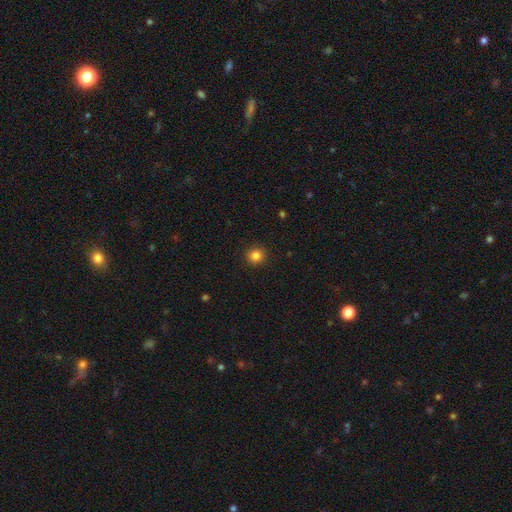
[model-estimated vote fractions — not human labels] This is clearly a smooth galaxy (84%). How rounded: clearly round (91%). Merging: clearly none (92%).